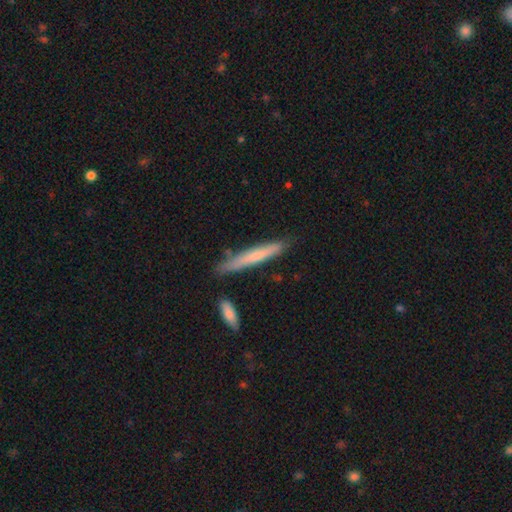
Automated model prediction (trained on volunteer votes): Morphology: type=featured or disk (47%); merging=none (83%).